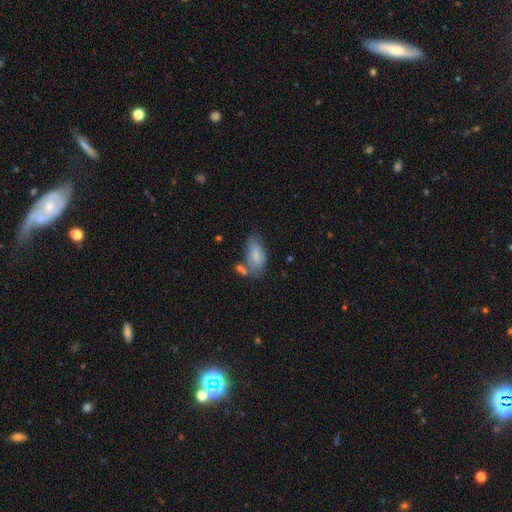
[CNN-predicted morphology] smooth-or-featured: smooth: 78% | featured or disk: 15% | star or artifact: 7%
  how-rounded: in between: 87% | cigar-shaped: 10% | round: 3%
  merging: none: 51% | minor disturbance: 24% | merger: 16% | major disturbance: 9%